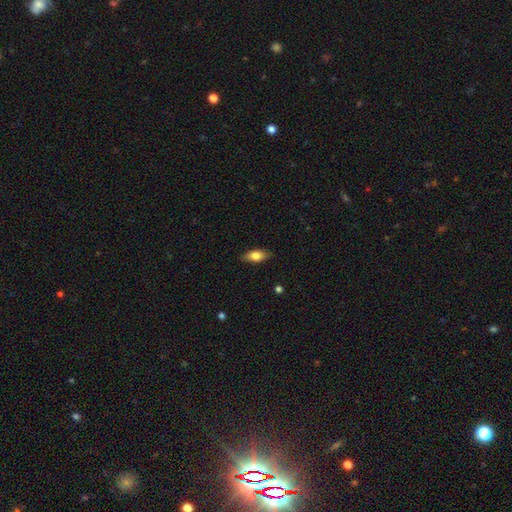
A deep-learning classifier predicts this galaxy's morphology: Overall: smooth (74%). How rounded: in between (82%). Merging: none (84%).